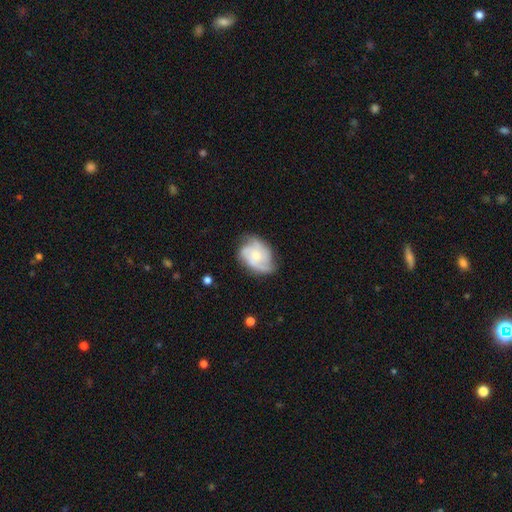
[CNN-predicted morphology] Smooth or featured: featured or disk — 73% (smooth — 21%)
Edge-on disk: no — 97% (yes — 3%)
Bar: no — 76% (weak — 21%)
Spiral arms: yes — 93% (no — 7%)
Spiral winding: medium — 46% (tight — 37%)
Spiral arm count: 3 — 49% (2 — 21%)
Bulge size: small — 48% (moderate — 45%)
Merging: none — 65% (minor disturbance — 25%)